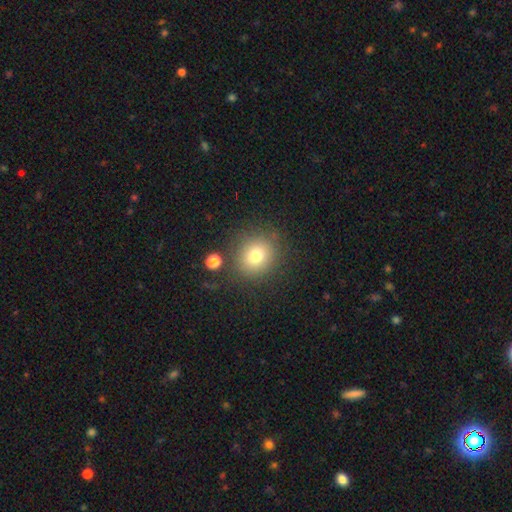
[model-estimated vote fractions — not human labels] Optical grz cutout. It shows a smooth galaxy with no disk features (77%) that is round (83%). Merging: none (81%).